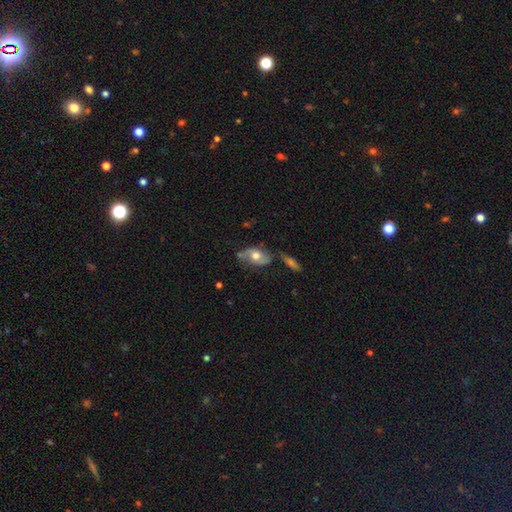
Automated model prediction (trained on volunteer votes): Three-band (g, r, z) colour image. It shows a smooth galaxy with no disk features (47%). Merging: none (58%).